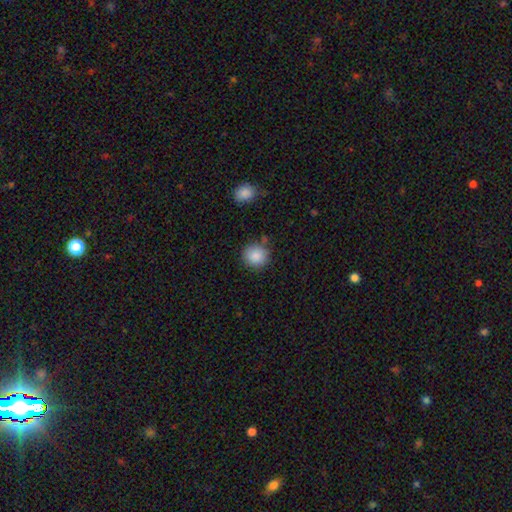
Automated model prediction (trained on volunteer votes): This appears to be a smooth galaxy with no disk features (88%) that is round (91%). Merging: none (83%).